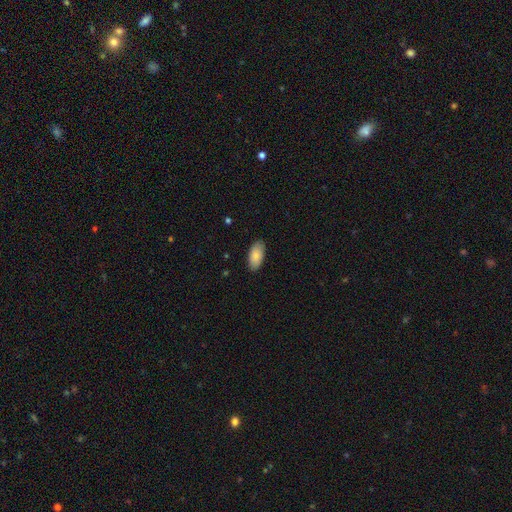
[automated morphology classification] smooth-or-featured: smooth: 86% | featured or disk: 8% | star or artifact: 6%
  how-rounded: in between: 93% | cigar-shaped: 5% | round: 2%
  merging: none: 87% | minor disturbance: 10% | major disturbance: 2% | merger: 1%